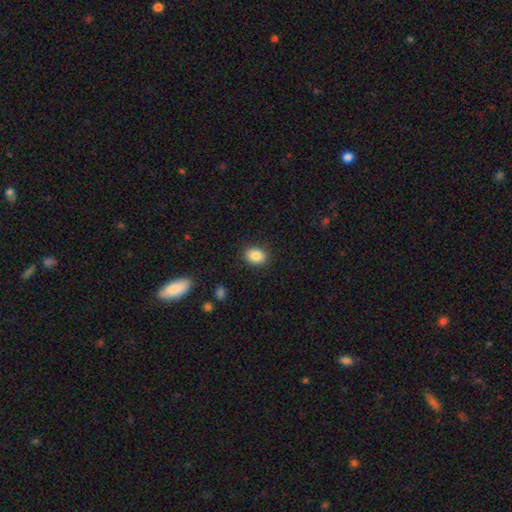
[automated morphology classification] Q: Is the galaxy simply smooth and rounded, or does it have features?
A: smooth — 86%.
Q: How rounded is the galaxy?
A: in between — 64%.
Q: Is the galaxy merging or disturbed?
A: none — 87%.